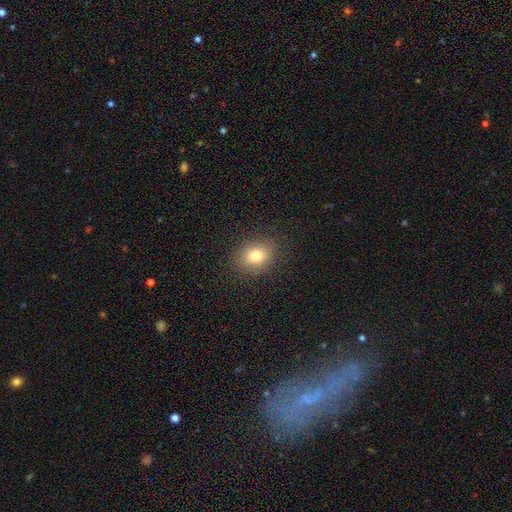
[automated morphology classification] Smooth or featured: smooth — 78% (star or artifact — 12%)
How rounded: round — 50% (in between — 49%)
Merging: none — 87% (minor disturbance — 9%)